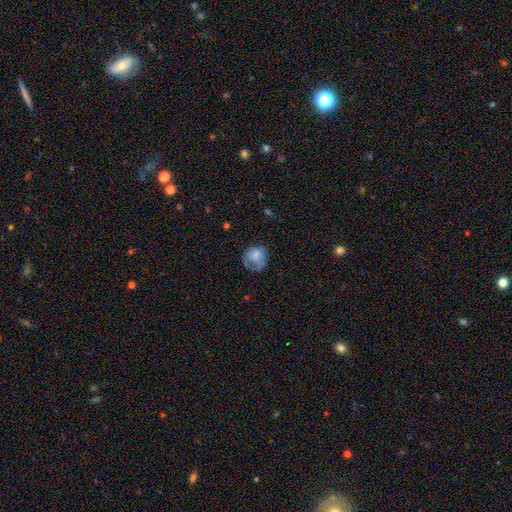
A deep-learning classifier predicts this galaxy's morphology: Smooth or featured?
  - smooth: 67% *
  - featured or disk: 24%
  - star or artifact: 9%
How rounded?
  - round: 72% *
  - in between: 27%
  - cigar-shaped: 1%
Merging?
  - none: 46% *
  - minor disturbance: 28%
  - major disturbance: 24%
  - merger: 2%